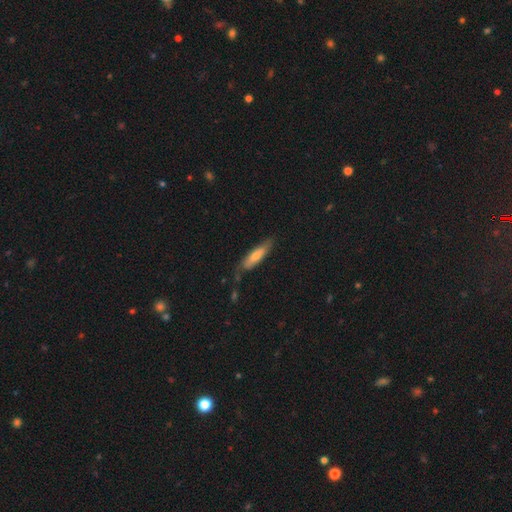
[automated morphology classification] Overall: smooth (54%; featured or disk 40%). How rounded: cigar-shaped (73%). Merging: none (67%).